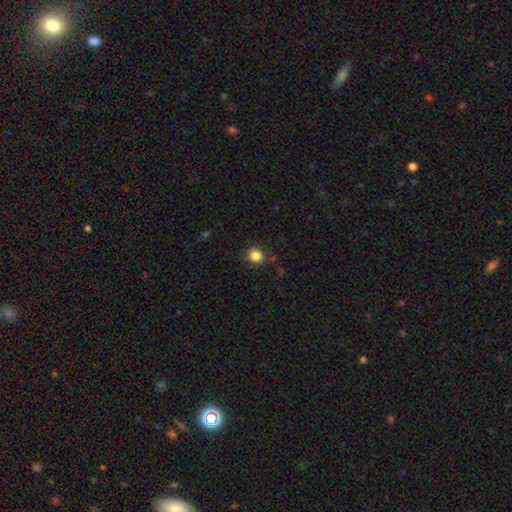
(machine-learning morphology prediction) smooth_or_featured: smooth (p=0.85) [alt: star or artifact p=0.11]
how_rounded: round (p=0.82) [alt: in between p=0.17]
merging: none (p=0.83) [alt: minor disturbance p=0.12]